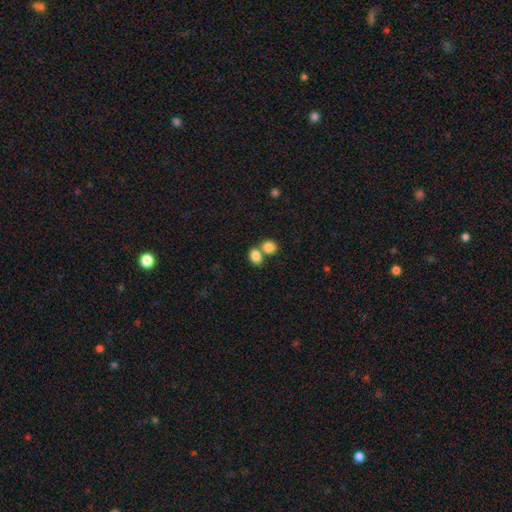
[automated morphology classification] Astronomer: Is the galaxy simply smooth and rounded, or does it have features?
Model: smooth — 84%.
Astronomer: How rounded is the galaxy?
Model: in between — 54% (runner-up: round, 45%).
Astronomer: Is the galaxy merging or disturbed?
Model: merger — 49% (runner-up: none, 40%).